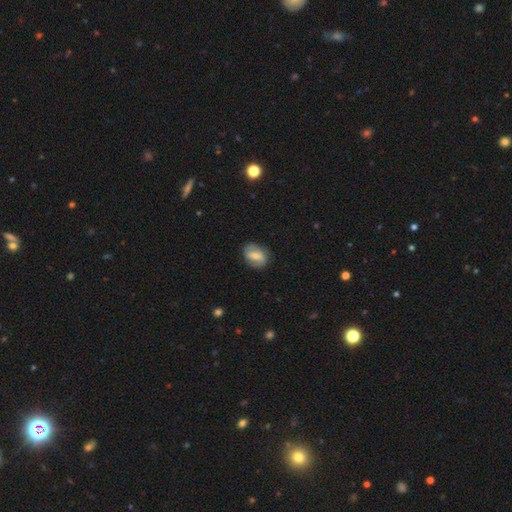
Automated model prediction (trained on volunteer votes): This appears to be a smooth galaxy with no disk features (51%) that is in between round and cigar-shaped (65%). Merging: none (76%).